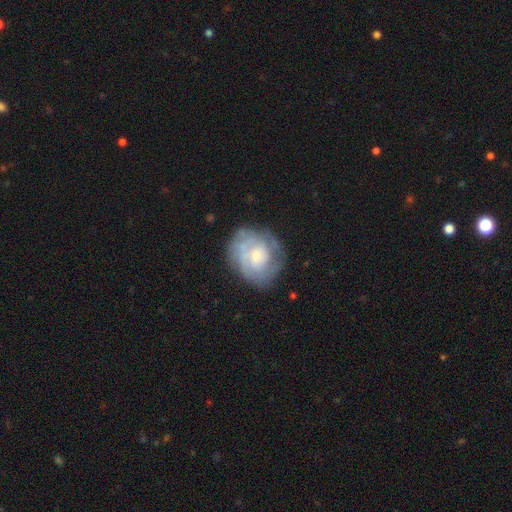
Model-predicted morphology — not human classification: Smooth or featured? Predicted: featured or disk (p=0.69). Edge-on disk? Predicted: no (p=0.97). Bar? Predicted: no (p=0.70). Spiral arms? Predicted: yes (p=0.80). Spiral winding? Predicted: tight (p=0.66). Spiral arm count? Predicted: can't tell (p=0.52). Bulge size? Predicted: small (p=0.51). Merging? Predicted: none (p=0.70).